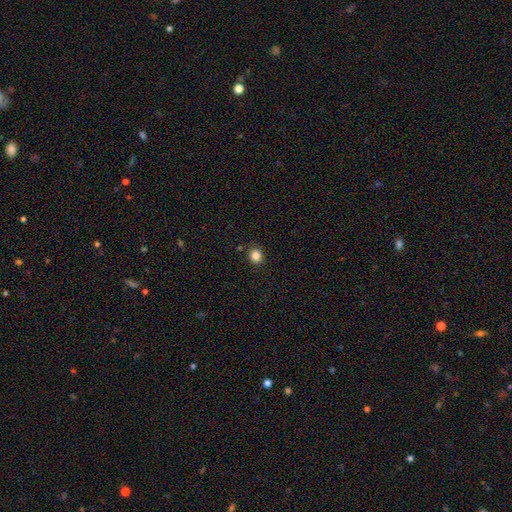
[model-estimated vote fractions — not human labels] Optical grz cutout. It shows a smooth galaxy with no disk features (84%) that is round (79%). Merging: none (88%).